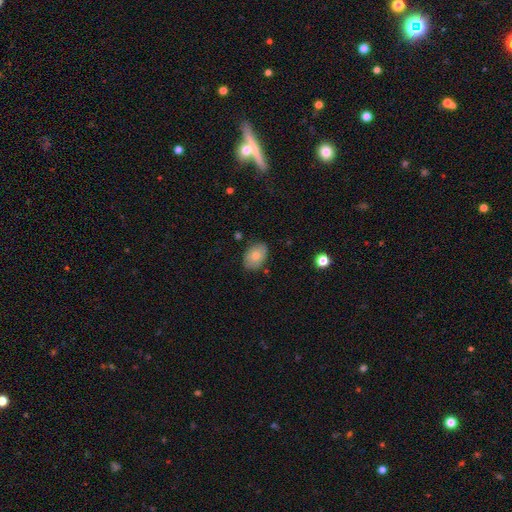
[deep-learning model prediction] The model was most divided on "smooth or featured": smooth: 76%, featured or disk: 16%, star or artifact: 7%. More confident: how rounded — in between (82%); merging — none (80%).